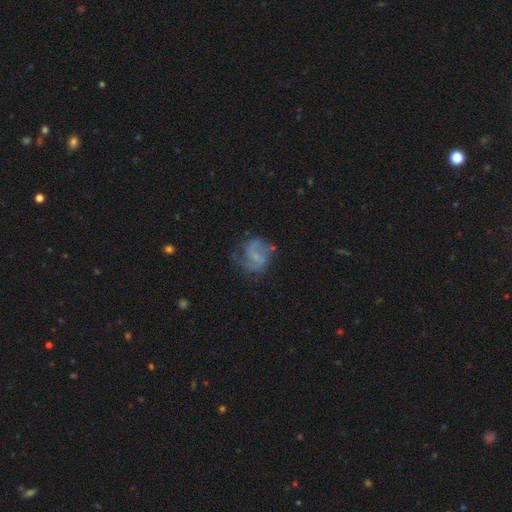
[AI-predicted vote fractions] smooth-or-featured: featured or disk: 68% | smooth: 23% | star or artifact: 9%
  disk-edge-on: no: 98% | yes: 2%
    bar: weak: 50% | no: 33% | strong: 16%
    has-spiral-arms: yes: 84% | no: 16%
      spiral-winding: medium: 46% | loose: 35% | tight: 18%
      spiral-arm-count: 2: 77% | can't tell: 12% | 1: 5% | 3: 3% | 4: 1% | more than 4: 1%
    bulge-size: small: 50% | none: 32% | moderate: 16% | large: 2% | dominant: 1%
  merging: none: 59% | minor disturbance: 22% | major disturbance: 16% | merger: 3%